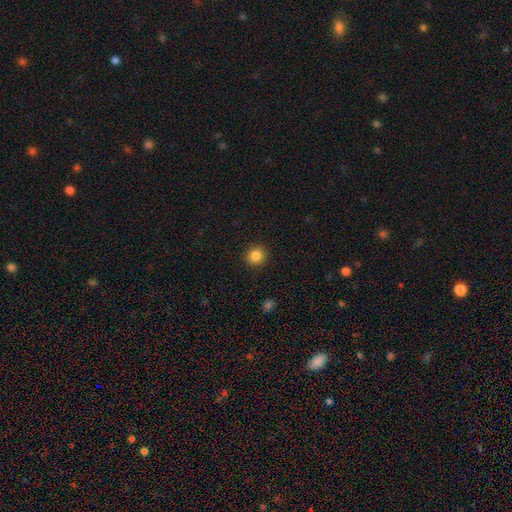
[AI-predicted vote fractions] smooth-or-featured: smooth: 84% | star or artifact: 11% | featured or disk: 5%
  how-rounded: round: 94% | in between: 5% | cigar-shaped: 1%
  merging: none: 93% | minor disturbance: 5% | major disturbance: 2% | merger: 1%